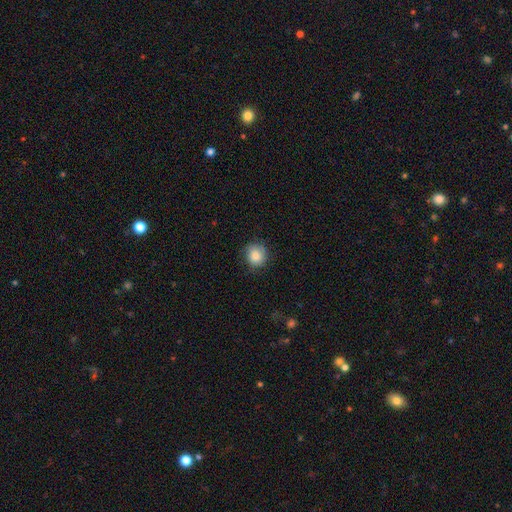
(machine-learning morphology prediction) This is clearly a smooth galaxy (86%). How rounded: clearly round (85%). Merging: likely none (78%).